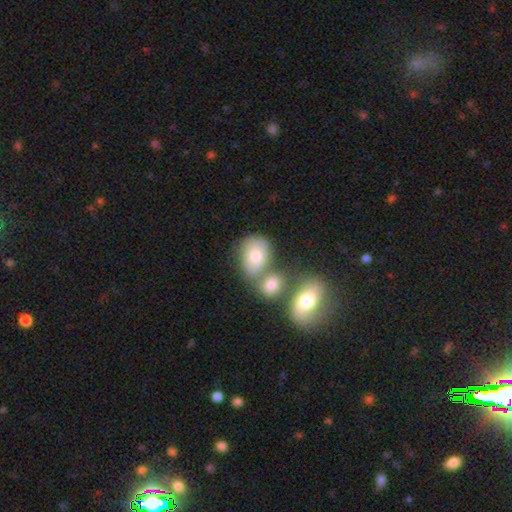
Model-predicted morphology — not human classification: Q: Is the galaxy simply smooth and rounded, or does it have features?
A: smooth — 76%.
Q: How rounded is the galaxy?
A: in between — 73%.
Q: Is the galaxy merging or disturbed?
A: none — 44%.